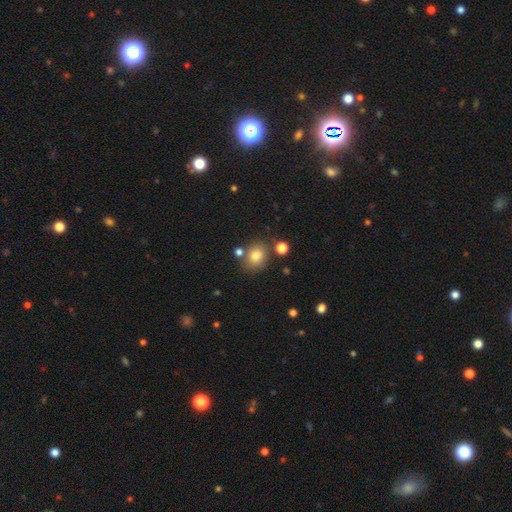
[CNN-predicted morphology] Smooth or featured? Predicted: smooth (p=0.78). How rounded? Predicted: round (p=0.65). Merging? Predicted: none (p=0.72).